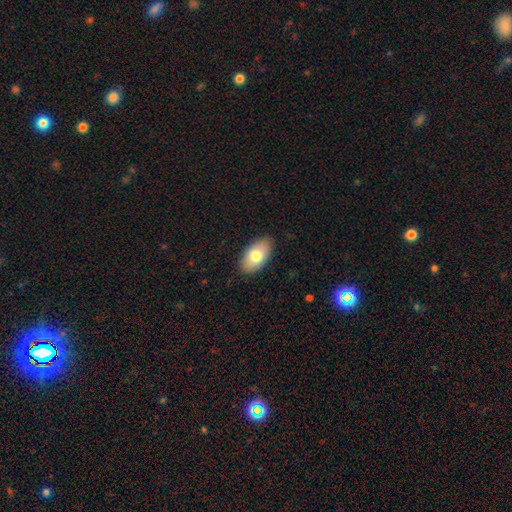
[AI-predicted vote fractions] This appears to be a smooth galaxy with no disk features (75%) that is in between round and cigar-shaped (94%). Merging: none (88%).